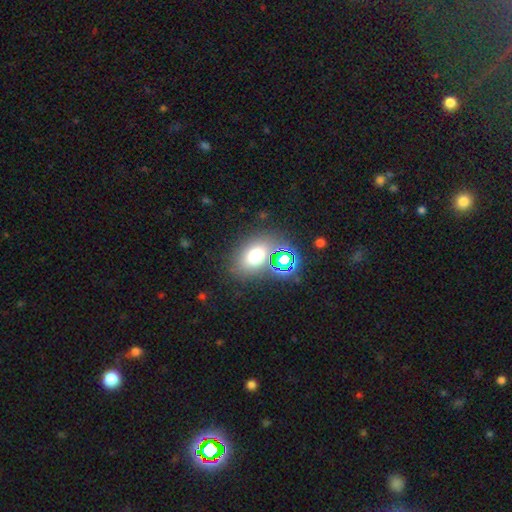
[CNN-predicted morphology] type=smooth (63%); roundness=in between (67%); merging=none (73%).